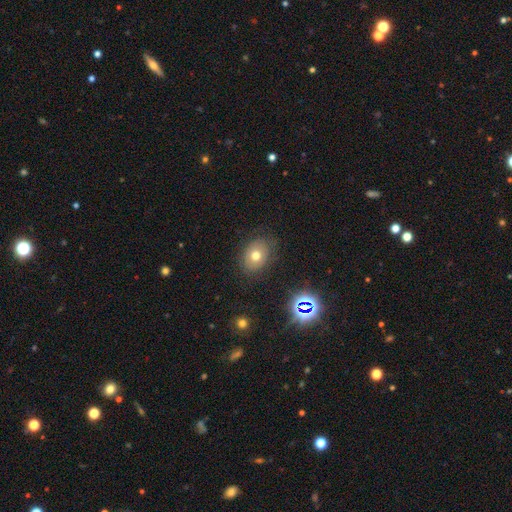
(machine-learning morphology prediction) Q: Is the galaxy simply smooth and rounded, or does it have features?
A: smooth — 64%.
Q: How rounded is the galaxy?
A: in between — 61%.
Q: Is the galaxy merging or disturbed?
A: none — 81%.